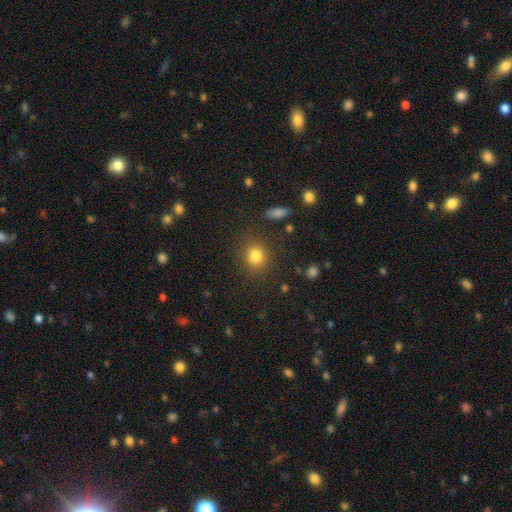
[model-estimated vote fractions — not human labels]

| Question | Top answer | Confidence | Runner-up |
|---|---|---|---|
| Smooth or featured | smooth | 81% | star or artifact (12%) |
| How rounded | round | 78% | in between (21%) |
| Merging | none | 83% | minor disturbance (10%) |